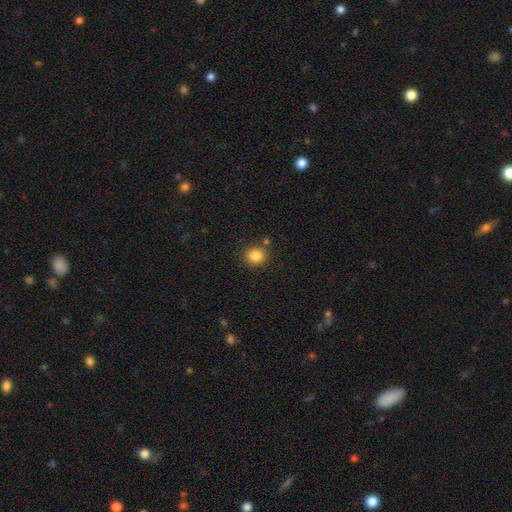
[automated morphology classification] type=smooth (85%); roundness=round (88%); merging=none (83%).